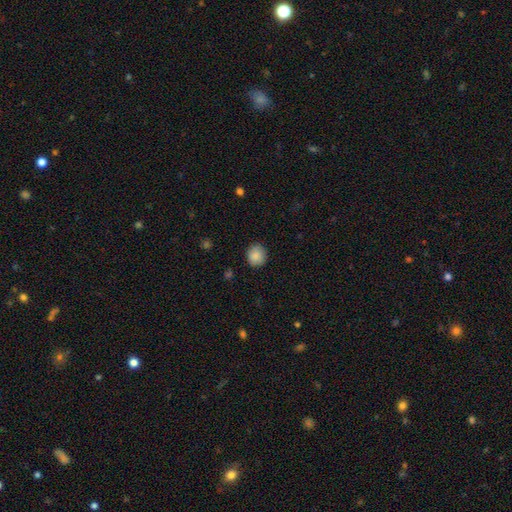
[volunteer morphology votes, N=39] Volunteers were most divided on "smooth or featured": smooth: 82%, featured or disk: 10%, star or artifact: 8%. More confident: merging — none (89%); how rounded — round (88%).